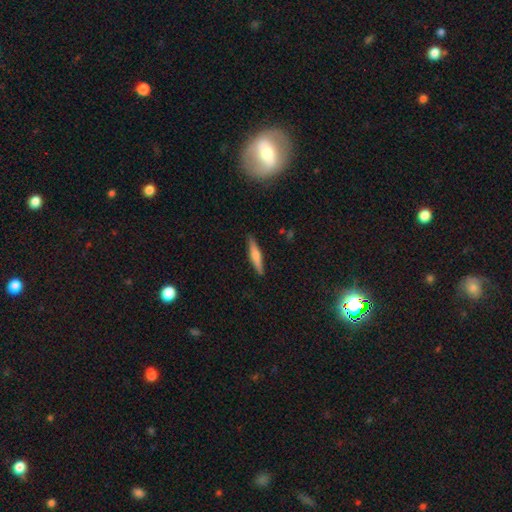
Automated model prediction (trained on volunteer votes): The model was most divided on "smooth or featured": smooth: 57%, featured or disk: 37%, star or artifact: 6%. More confident: merging — none (89%); how rounded — cigar-shaped (89%).